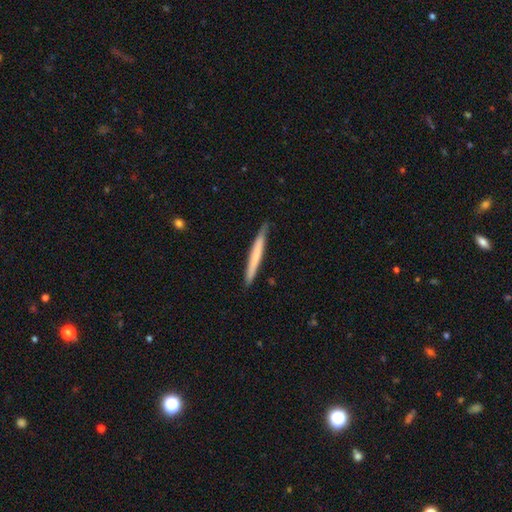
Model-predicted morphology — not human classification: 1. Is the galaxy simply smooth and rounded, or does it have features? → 62% smooth, 33% featured or disk, 5% star or artifact.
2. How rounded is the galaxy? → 97% cigar-shaped, 2% in between, 1% round.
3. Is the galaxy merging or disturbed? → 86% none, 11% minor disturbance, 2% major disturbance, 1% merger.